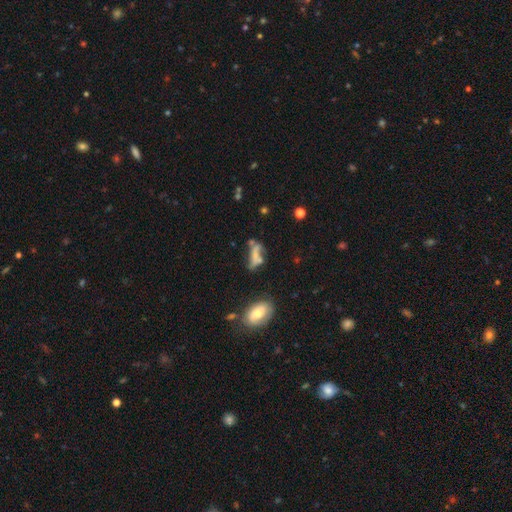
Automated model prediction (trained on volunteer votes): A smooth galaxy with no disk features (47%). Merging: none (33%).